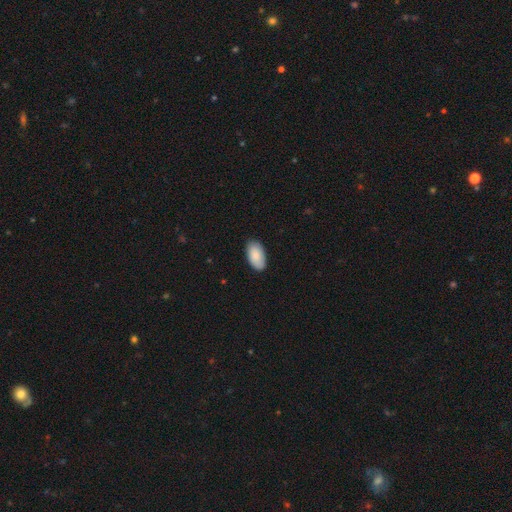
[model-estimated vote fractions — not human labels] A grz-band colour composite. It shows a smooth galaxy with no disk features (86%) that is in between round and cigar-shaped (96%). Merging: none (85%).